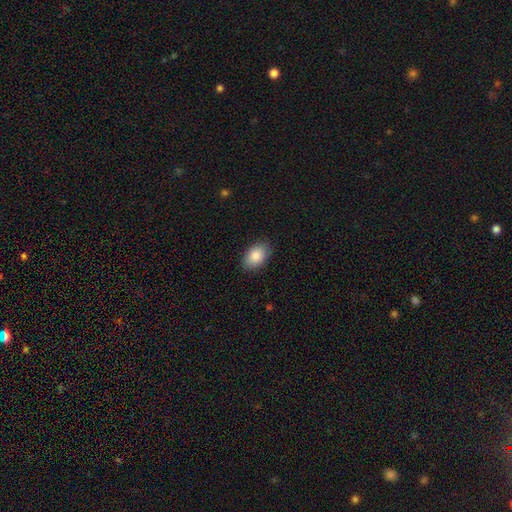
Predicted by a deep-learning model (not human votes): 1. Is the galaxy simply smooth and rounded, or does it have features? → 86% smooth, 7% star or artifact, 7% featured or disk.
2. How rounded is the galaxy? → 88% in between, 11% round, 1% cigar-shaped.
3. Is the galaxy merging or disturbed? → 87% none, 10% minor disturbance, 2% major disturbance, 1% merger.